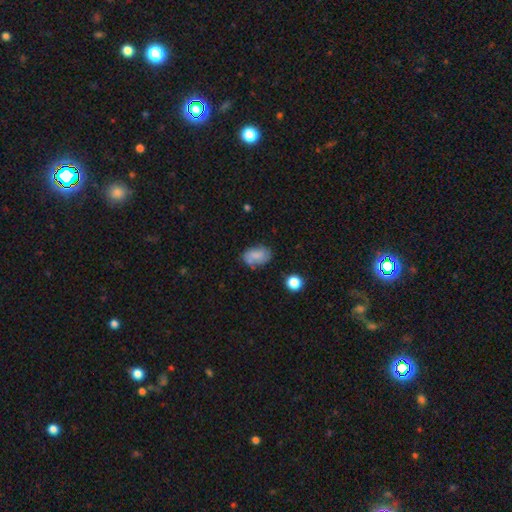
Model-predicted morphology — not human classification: A smooth galaxy with no disk features (70%) that is in between round and cigar-shaped (84%). Merging: none (61%).